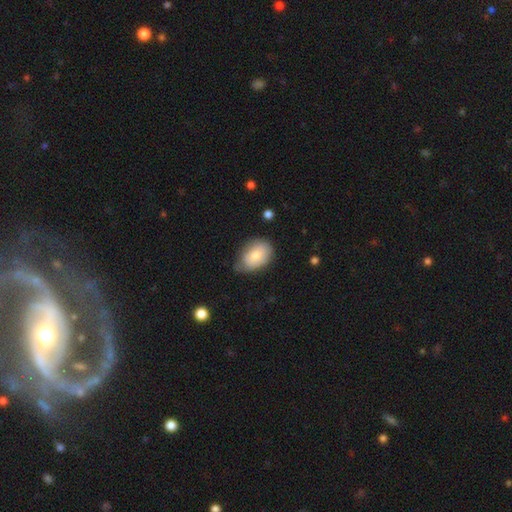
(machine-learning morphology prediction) The model was most divided on "merging": none: 58%, minor disturbance: 33%, major disturbance: 6%, merger: 2%. More confident: how rounded — in between (83%); smooth or featured — smooth (78%).